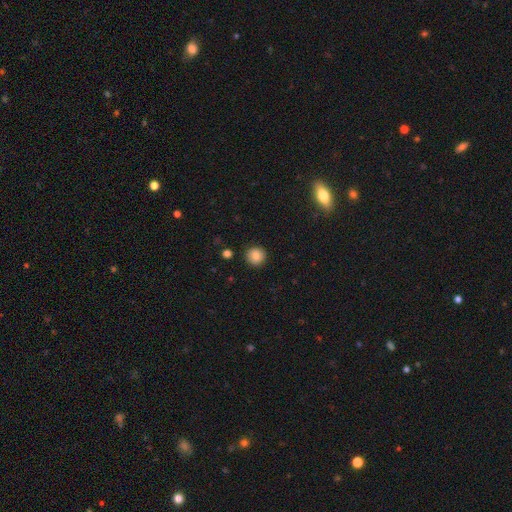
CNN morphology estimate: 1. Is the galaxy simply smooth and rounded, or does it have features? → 84% smooth, 9% star or artifact, 6% featured or disk.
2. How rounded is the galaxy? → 94% round, 5% in between, 1% cigar-shaped.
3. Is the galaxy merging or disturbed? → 91% none, 6% minor disturbance, 2% major disturbance, 1% merger.